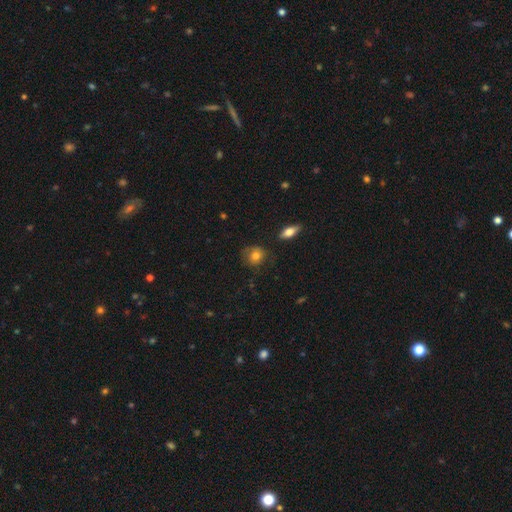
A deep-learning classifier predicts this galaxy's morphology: Smooth or featured? Predicted: smooth (p=0.75). How rounded? Predicted: round (p=0.71). Merging? Predicted: none (p=0.67).